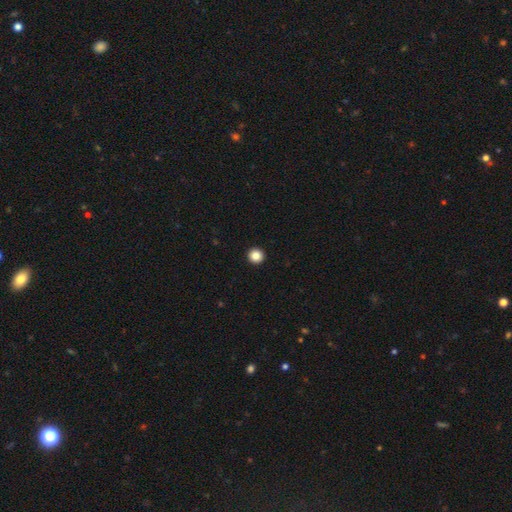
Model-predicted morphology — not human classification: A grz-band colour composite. It shows a smooth galaxy with no disk features (86%) that is round (96%). Merging: none (95%).